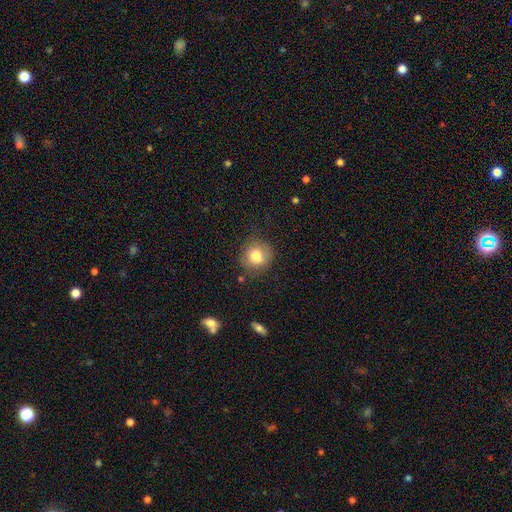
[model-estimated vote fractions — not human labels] Smooth or featured? Predicted: smooth (p=0.77). How rounded? Predicted: round (p=0.83). Merging? Predicted: none (p=0.73).